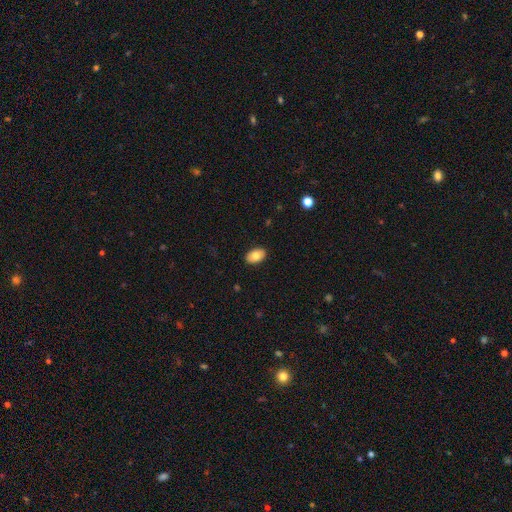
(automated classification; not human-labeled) The model was most divided on "smooth or featured": smooth: 80%, featured or disk: 13%, star or artifact: 7%. More confident: how rounded — in between (90%); merging — none (89%).